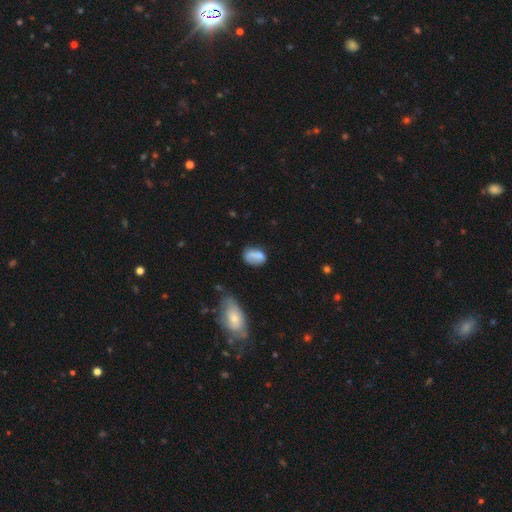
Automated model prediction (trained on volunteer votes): A smooth galaxy with no disk features (75%) that is in between round and cigar-shaped (84%).

Vote fractions:
- Smooth or featured? smooth: 75% / featured or disk: 17% / star or artifact: 9%
- How rounded? in between: 84% / round: 13% / cigar-shaped: 3%
- Merging? none: 54% / minor disturbance: 30% / major disturbance: 11% / merger: 5%